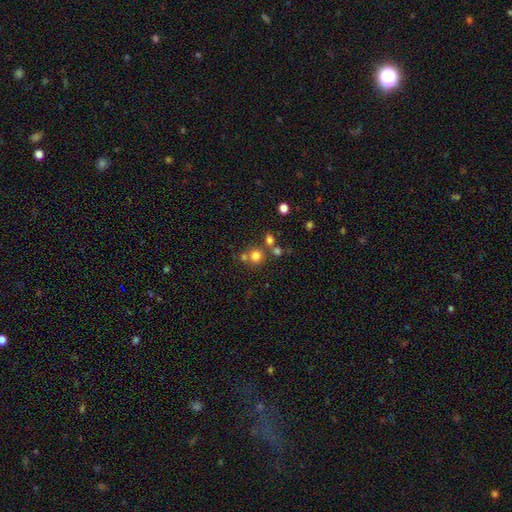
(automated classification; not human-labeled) Overall: smooth (74%). How rounded: round (90%). Merging: none (64%; merger 25%).